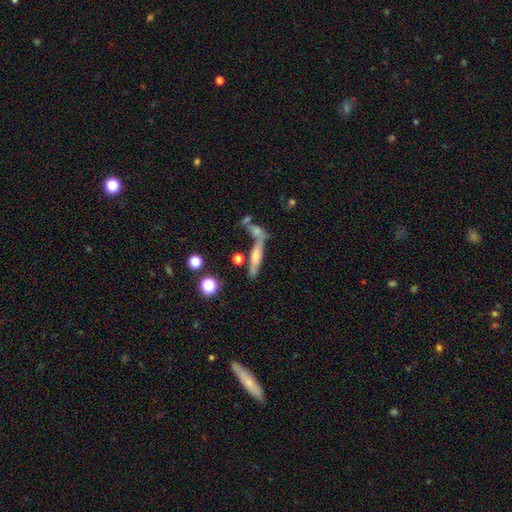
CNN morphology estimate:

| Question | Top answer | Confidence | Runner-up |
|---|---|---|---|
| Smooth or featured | featured or disk | 44% | smooth (43%) |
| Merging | none | 46% | merger (32%) |